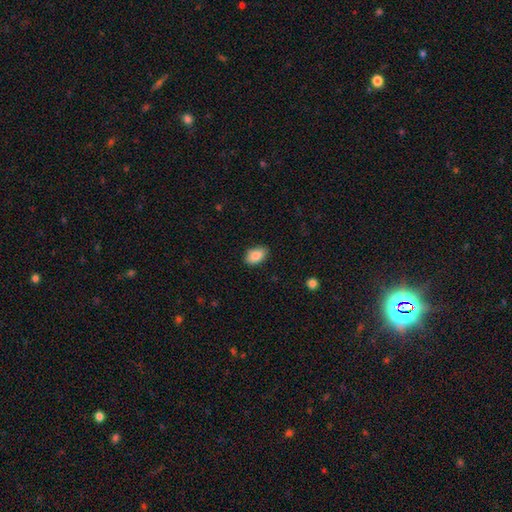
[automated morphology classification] Q: Smooth or featured?
A: smooth (88%); runner-up: star or artifact (7%)
Q: How rounded?
A: in between (91%); runner-up: round (7%)
Q: Merging?
A: none (81%); runner-up: minor disturbance (15%)